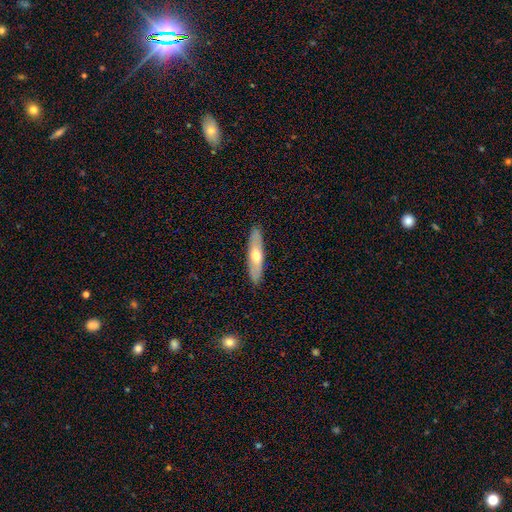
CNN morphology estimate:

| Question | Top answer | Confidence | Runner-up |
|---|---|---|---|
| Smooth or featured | smooth | 53% | featured or disk (42%) |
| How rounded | cigar-shaped | 73% | in between (25%) |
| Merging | none | 89% | minor disturbance (8%) |